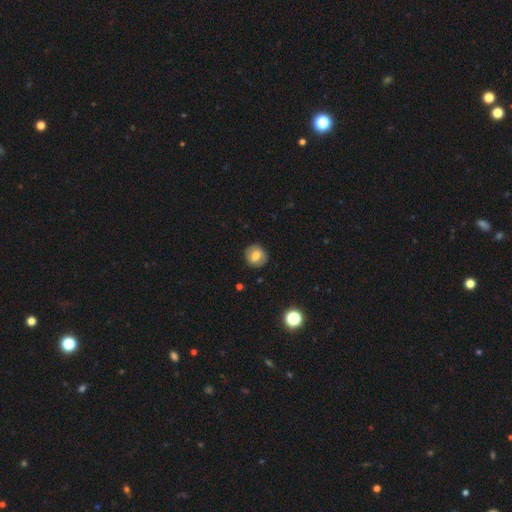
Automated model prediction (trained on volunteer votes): The model was most divided on "smooth or featured": smooth: 67%, featured or disk: 24%, star or artifact: 9%. More confident: merging — none (87%); how rounded — round (84%).